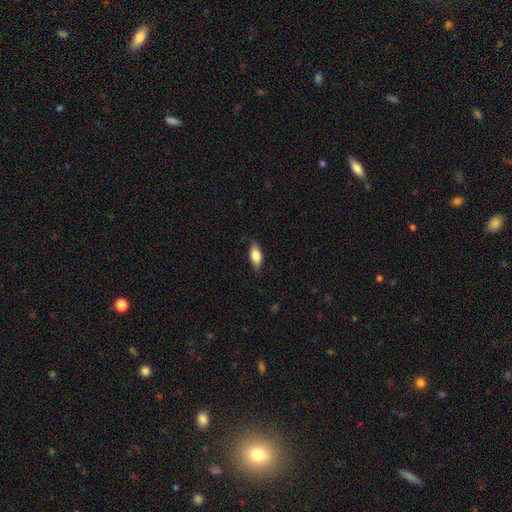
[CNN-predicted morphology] smooth-or-featured: smooth: 78% | featured or disk: 15% | star or artifact: 7%
  how-rounded: in between: 85% | cigar-shaped: 11% | round: 3%
  merging: none: 83% | minor disturbance: 14% | major disturbance: 3% | merger: 1%